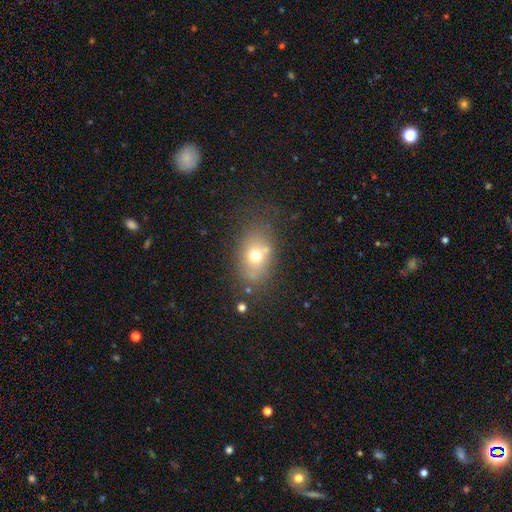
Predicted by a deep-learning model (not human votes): Morphology: type=smooth (66%); roundness=in between (71%); merging=none (67%).